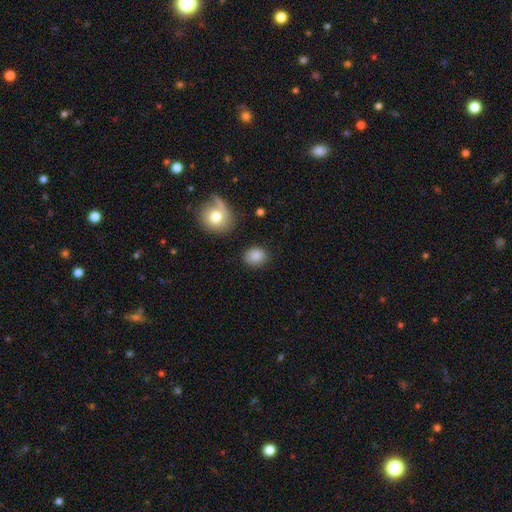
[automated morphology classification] This appears to be a smooth galaxy with no disk features (85%) that is round (55%). Merging: none (83%).